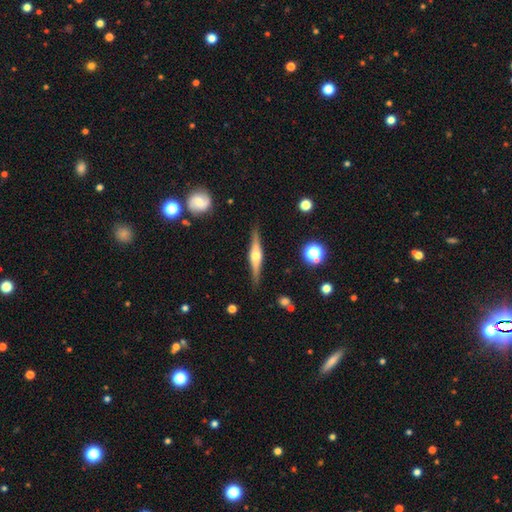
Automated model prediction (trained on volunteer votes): Smooth or featured?
  - featured or disk: 74% *
  - smooth: 20%
  - star or artifact: 6%
Edge-on disk?
  - yes: 97% *
  - no: 3%
Edge-on bulge?
  - rounded: 90% *
  - boxy: 7%
  - none: 3%
Merging?
  - none: 88% *
  - minor disturbance: 8%
  - major disturbance: 2%
  - merger: 1%